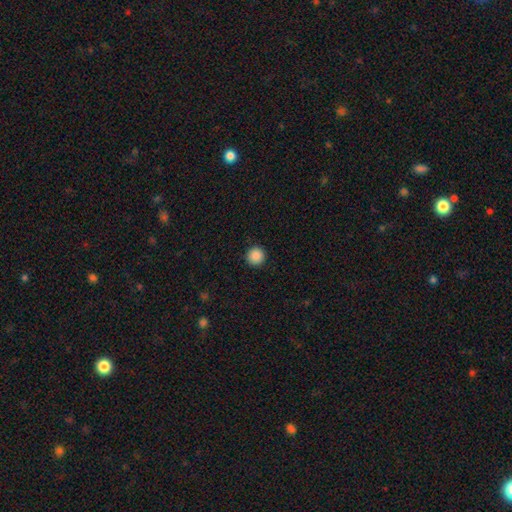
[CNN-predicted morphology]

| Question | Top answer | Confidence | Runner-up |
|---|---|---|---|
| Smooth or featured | smooth | 88% | star or artifact (9%) |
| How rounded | round | 96% | in between (3%) |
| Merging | none | 93% | minor disturbance (5%) |